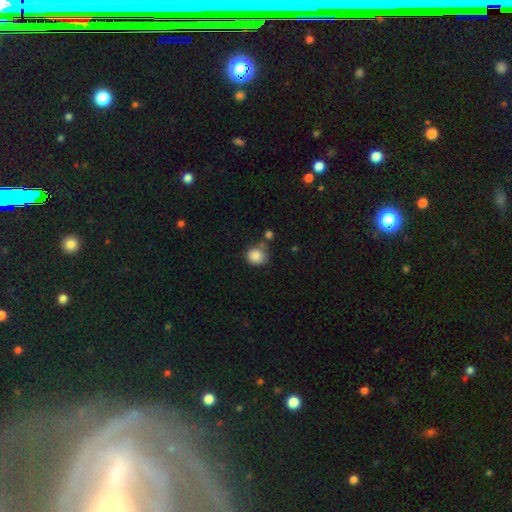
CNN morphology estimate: This appears to be a smooth galaxy with no disk features (87%) that is round (82%). Merging: none (66%).